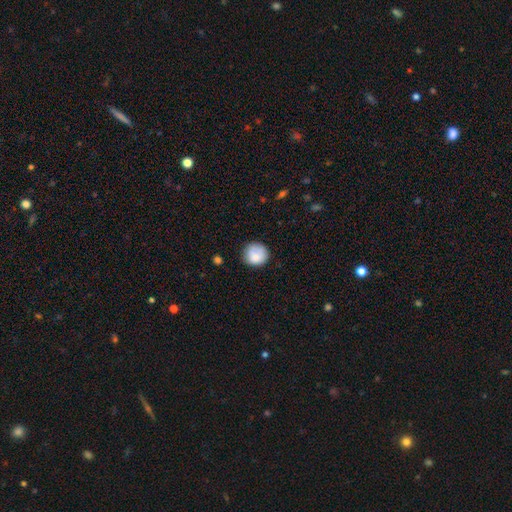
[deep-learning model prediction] smooth_or_featured: smooth (p=0.81) [alt: featured or disk p=0.11]
how_rounded: round (p=0.90) [alt: in between p=0.09]
merging: none (p=0.72) [alt: minor disturbance p=0.19]